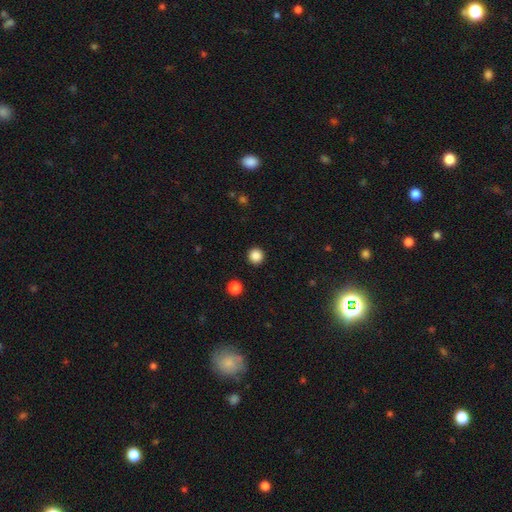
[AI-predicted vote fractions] A smooth galaxy with no disk features (85%) that is round (96%).

Vote fractions:
- Smooth or featured? smooth: 85% / star or artifact: 11% / featured or disk: 4%
- How rounded? round: 96% / in between: 3% / cigar-shaped: 1%
- Merging? none: 93% / minor disturbance: 4% / major disturbance: 2% / merger: 1%